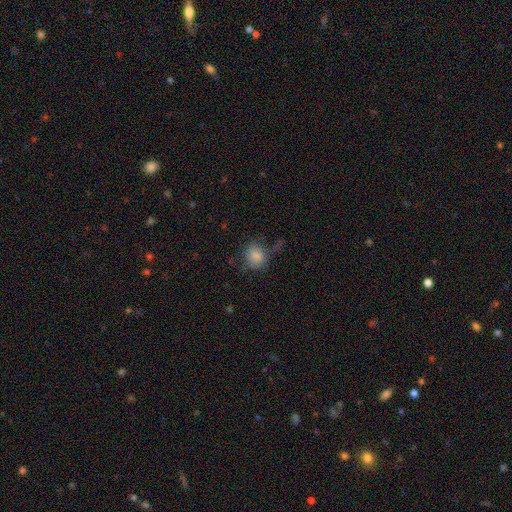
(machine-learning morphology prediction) smooth 78%, featured or disk 12%, star or artifact 10%. Down the decision tree: how rounded — round (64%); merging — none (49%).